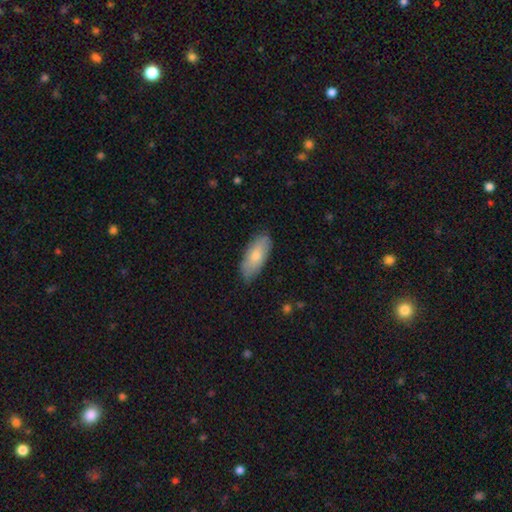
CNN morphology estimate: The model was most divided on "smooth or featured": smooth: 75%, featured or disk: 19%, star or artifact: 6%. More confident: how rounded — in between (82%); merging — none (80%).